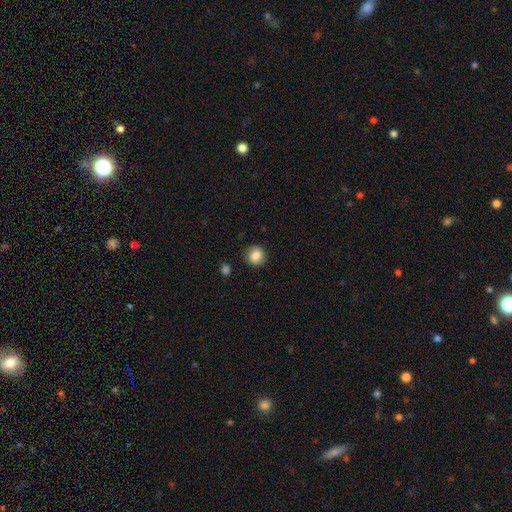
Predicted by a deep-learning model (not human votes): This is clearly a smooth galaxy (82%). How rounded: clearly round (87%). Merging: clearly none (87%).